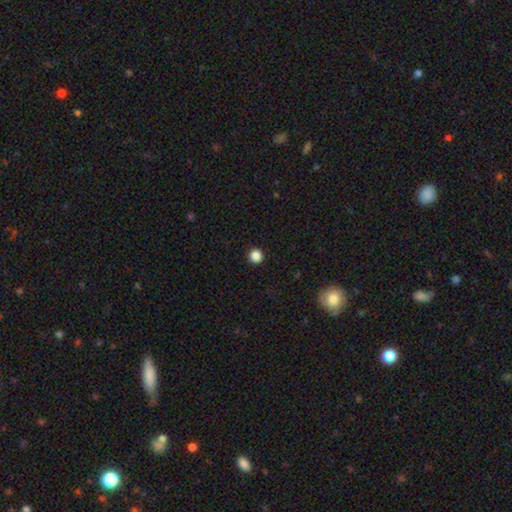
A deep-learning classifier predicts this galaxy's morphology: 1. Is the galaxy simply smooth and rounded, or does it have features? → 86% smooth, 11% star or artifact, 3% featured or disk.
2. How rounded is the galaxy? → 96% round, 3% in between, 1% cigar-shaped.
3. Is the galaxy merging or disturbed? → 94% none, 4% minor disturbance, 1% major disturbance, 1% merger.